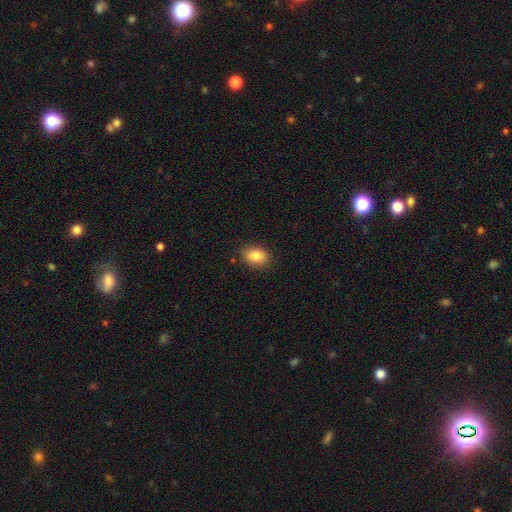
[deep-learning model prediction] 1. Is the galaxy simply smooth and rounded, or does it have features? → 85% smooth, 8% star or artifact, 7% featured or disk.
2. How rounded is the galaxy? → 78% in between, 21% round, 1% cigar-shaped.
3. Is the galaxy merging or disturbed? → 84% none, 13% minor disturbance, 3% major disturbance, 1% merger.